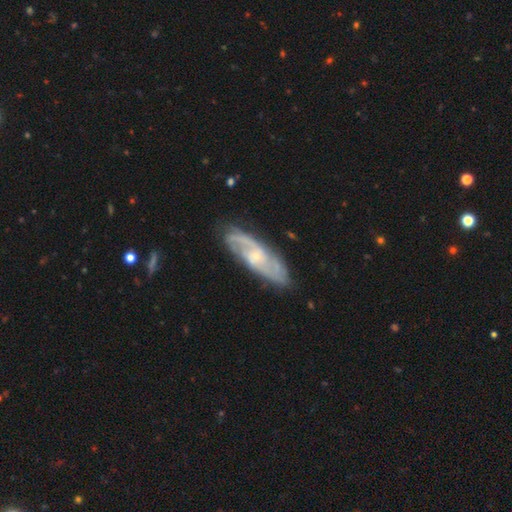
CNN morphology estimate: type=featured or disk (80%); edge-on=no (87%); bar=no (58%); spiral arms=yes (93%); winding=medium (47%); arm count=2 (57%); bulge=small (69%); merging=none (77%).